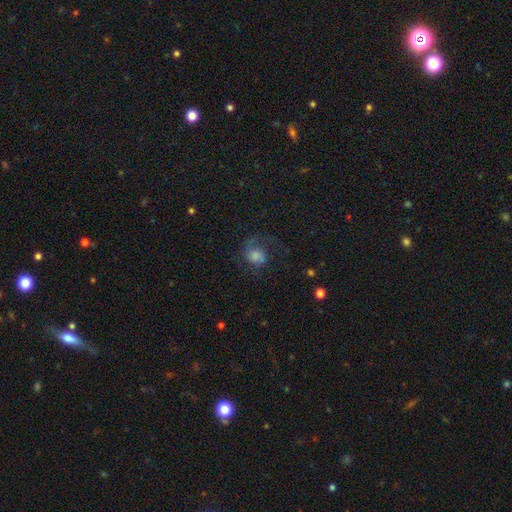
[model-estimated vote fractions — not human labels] Smooth or featured? featured or disk (57%)
Edge-on disk? no (97%)
Bar? no (69%)
Spiral arms? yes (89%)
Bulge size? moderate (35%)
Merging? none (55%)